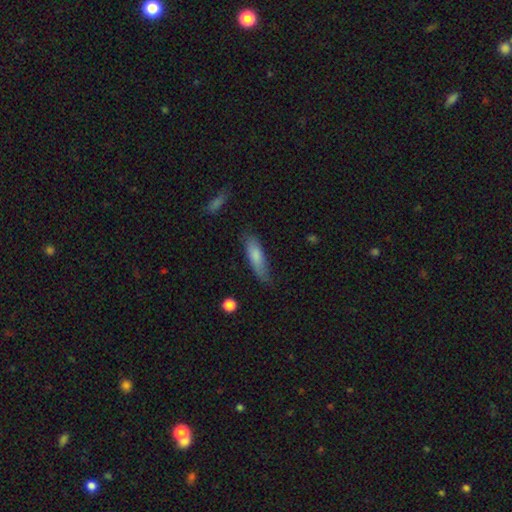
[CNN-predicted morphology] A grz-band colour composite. It shows a smooth galaxy with no disk features (79%) that is cigar-shaped (62%). Merging: none (70%).